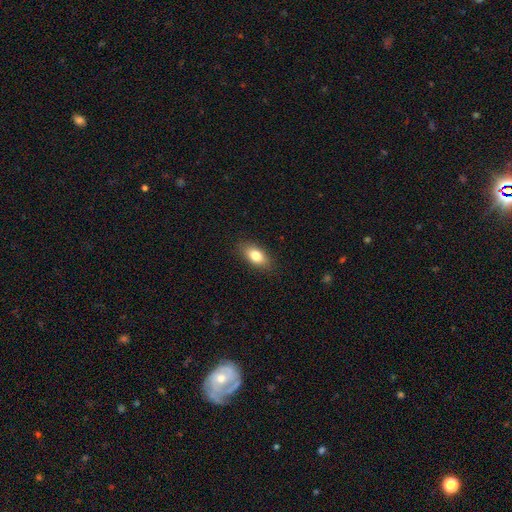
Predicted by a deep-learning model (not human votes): A smooth galaxy with no disk features (81%) that is in between round and cigar-shaped (87%).

Vote fractions:
- Smooth or featured? smooth: 81% / featured or disk: 12% / star or artifact: 8%
- How rounded? in between: 87% / cigar-shaped: 7% / round: 6%
- Merging? none: 86% / minor disturbance: 10% / major disturbance: 2% / merger: 1%